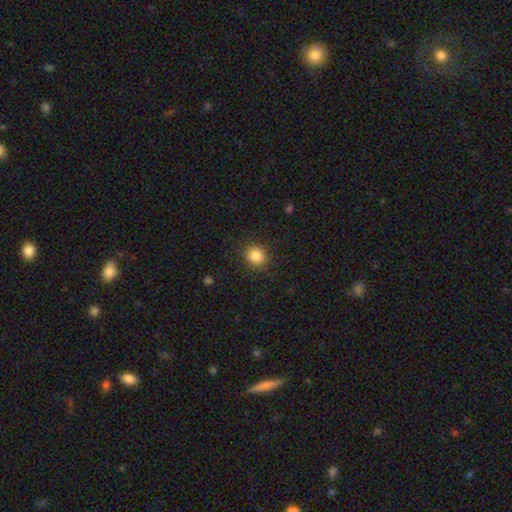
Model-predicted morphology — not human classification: A smooth galaxy with no disk features (86%) that is round (89%). Merging: none (88%).